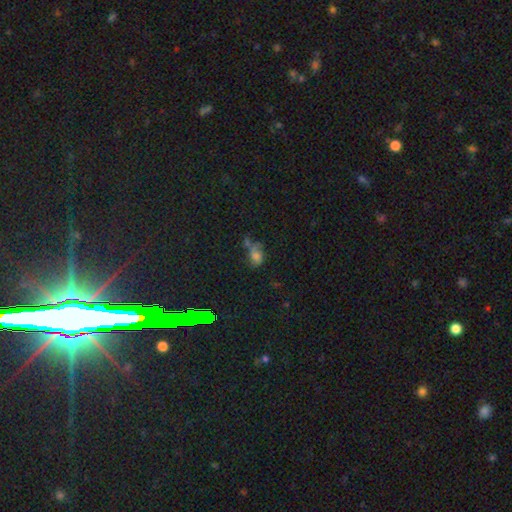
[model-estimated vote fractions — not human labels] The model was most divided on "merging": none: 31%, merger: 25%, minor disturbance: 22%, major disturbance: 22%. More confident: how rounded — in between (73%); smooth or featured — smooth (54%).